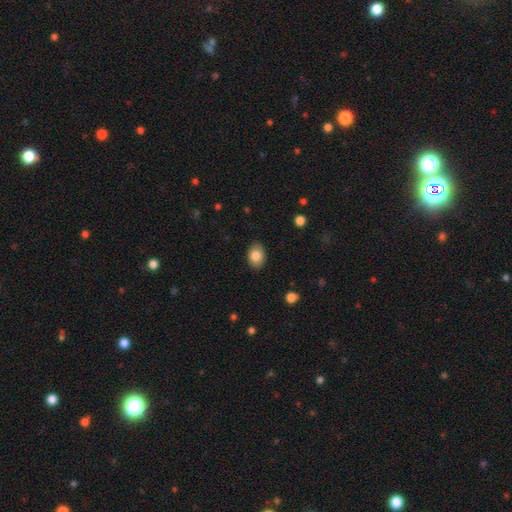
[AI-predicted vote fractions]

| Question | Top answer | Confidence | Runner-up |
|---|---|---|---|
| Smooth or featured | smooth | 82% | featured or disk (10%) |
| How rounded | in between | 78% | round (21%) |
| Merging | none | 87% | minor disturbance (10%) |